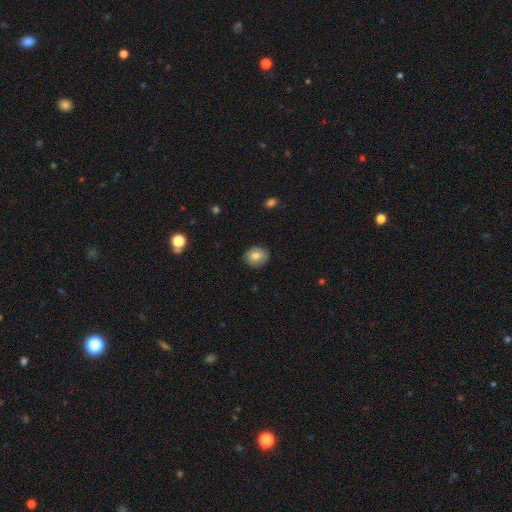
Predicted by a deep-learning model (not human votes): Overall: smooth (78%). How rounded: round (67%; in between 32%). Merging: none (87%).